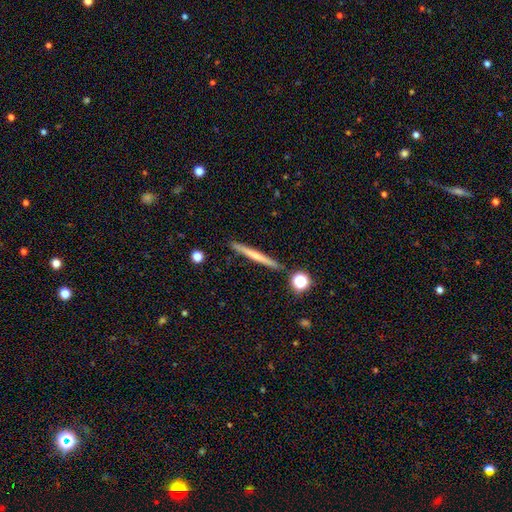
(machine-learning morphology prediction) smooth-or-featured: smooth: 51% | featured or disk: 42% | star or artifact: 7%
  how-rounded: cigar-shaped: 96% | in between: 2% | round: 2%
  merging: none: 89% | minor disturbance: 7% | merger: 2% | major disturbance: 2%